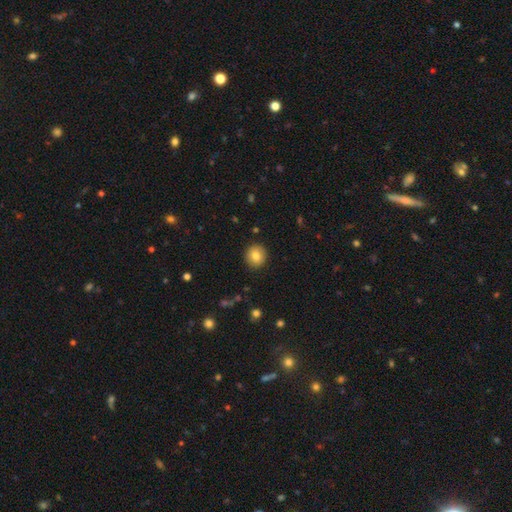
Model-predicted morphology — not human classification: Smooth or featured? Predicted: smooth (p=0.82). How rounded? Predicted: round (p=0.92). Merging? Predicted: none (p=0.91).